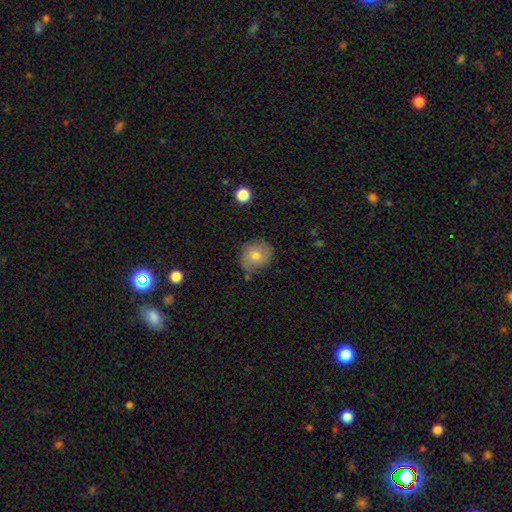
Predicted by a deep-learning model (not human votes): smooth_or_featured: smooth (p=0.72) [alt: featured or disk p=0.19]
how_rounded: round (p=0.67) [alt: in between p=0.32]
merging: none (p=0.75) [alt: minor disturbance p=0.19]